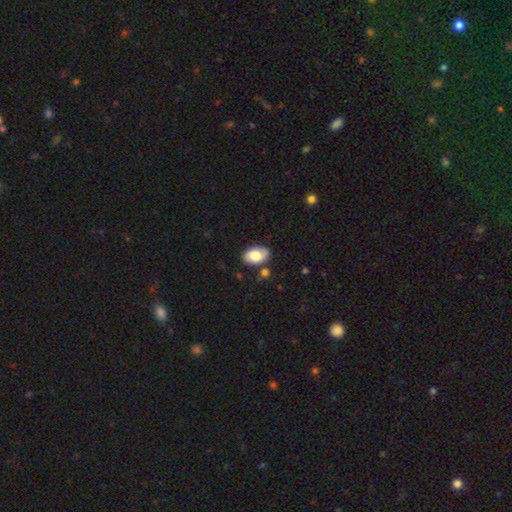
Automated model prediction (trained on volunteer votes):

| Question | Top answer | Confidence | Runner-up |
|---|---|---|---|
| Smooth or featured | smooth | 73% | featured or disk (20%) |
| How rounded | in between | 91% | round (8%) |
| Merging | none | 73% | minor disturbance (18%) |